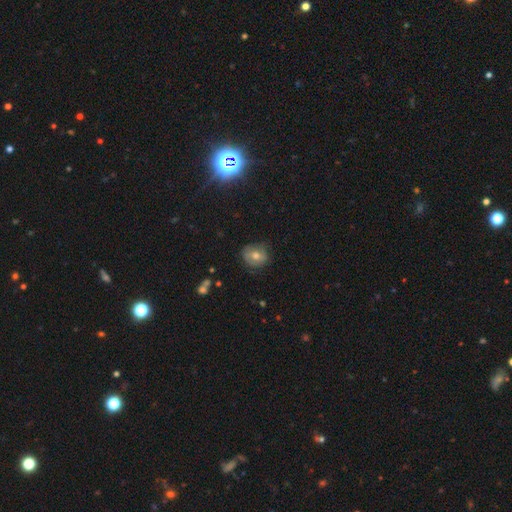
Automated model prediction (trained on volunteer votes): smooth-or-featured: smooth: 53% | featured or disk: 31% | star or artifact: 16%
  how-rounded: round: 73% | in between: 26% | cigar-shaped: 1%
  merging: none: 78% | minor disturbance: 17% | major disturbance: 4% | merger: 1%